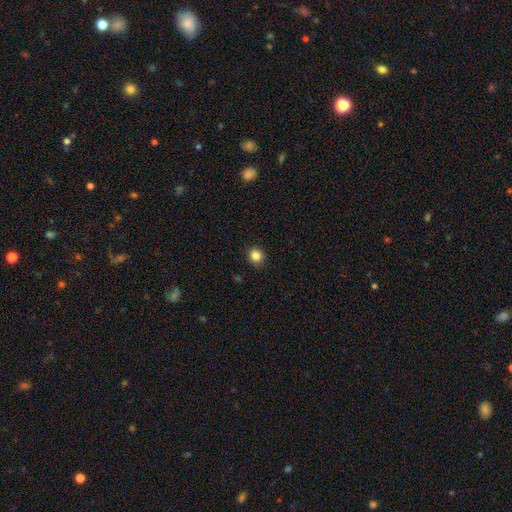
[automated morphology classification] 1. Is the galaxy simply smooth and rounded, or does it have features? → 85% smooth, 11% star or artifact, 4% featured or disk.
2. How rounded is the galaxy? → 88% round, 11% in between, 1% cigar-shaped.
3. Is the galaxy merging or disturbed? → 90% none, 7% minor disturbance, 2% major disturbance, 1% merger.